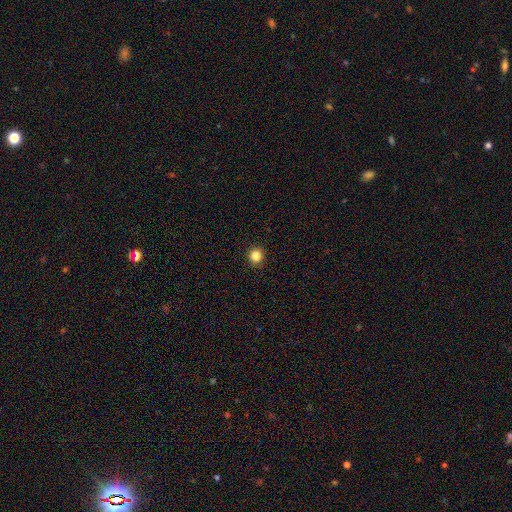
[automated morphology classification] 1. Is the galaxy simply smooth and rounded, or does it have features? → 84% smooth, 12% star or artifact, 4% featured or disk.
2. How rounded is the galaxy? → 93% round, 6% in between, 1% cigar-shaped.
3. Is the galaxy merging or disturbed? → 93% none, 4% minor disturbance, 2% major disturbance, 1% merger.